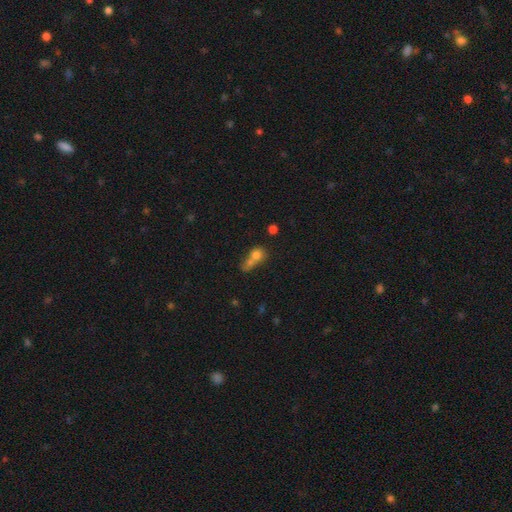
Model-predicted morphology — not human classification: Smooth or featured? smooth (71%)
How rounded? round (62%)
Merging? merger (62%)